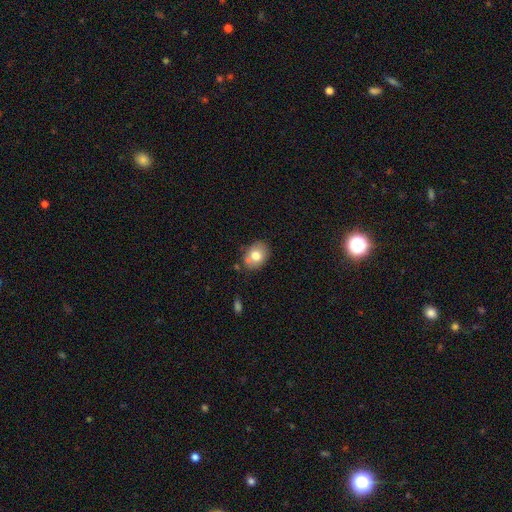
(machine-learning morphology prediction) This appears to be a smooth galaxy with no disk features (76%) that is in between round and cigar-shaped (62%). Merging: none (73%).